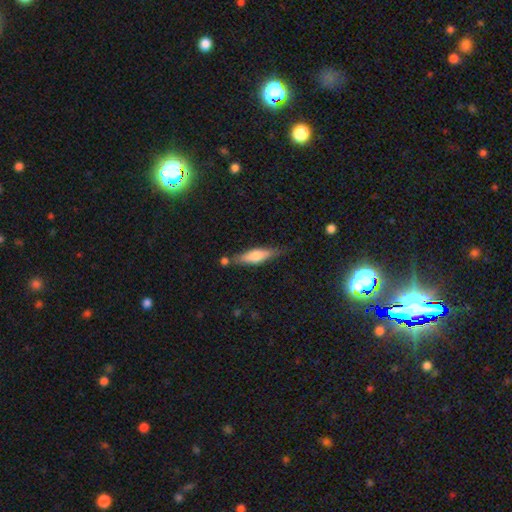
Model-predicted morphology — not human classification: A smooth galaxy with no disk features (58%) that is cigar-shaped (59%).

Vote fractions:
- Smooth or featured? smooth: 58% / featured or disk: 36% / star or artifact: 6%
- How rounded? cigar-shaped: 59% / in between: 39% / round: 2%
- Merging? none: 68% / minor disturbance: 18% / merger: 10% / major disturbance: 4%